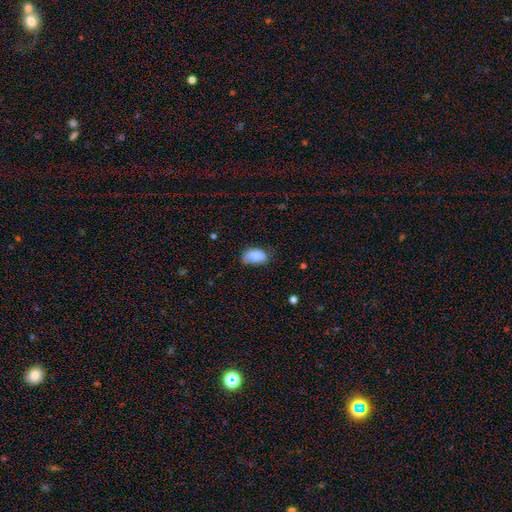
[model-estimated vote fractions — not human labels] Smooth or featured: smooth — 85% (star or artifact — 8%)
How rounded: in between — 93% (round — 5%)
Merging: none — 53% (minor disturbance — 36%)